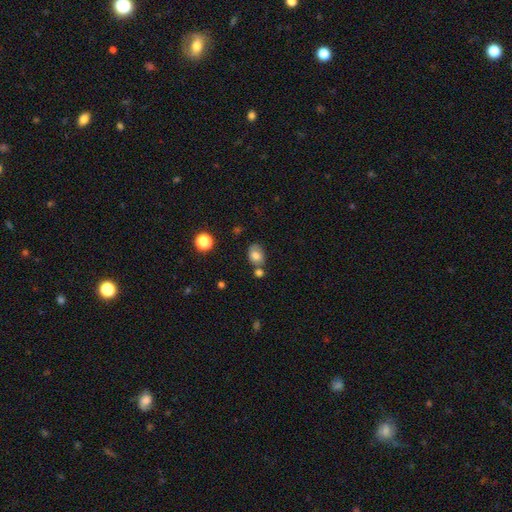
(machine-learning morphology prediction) smooth-or-featured: smooth: 78% | featured or disk: 12% | star or artifact: 10%
  how-rounded: in between: 64% | round: 35% | cigar-shaped: 1%
  merging: none: 62% | minor disturbance: 17% | merger: 17% | major disturbance: 5%